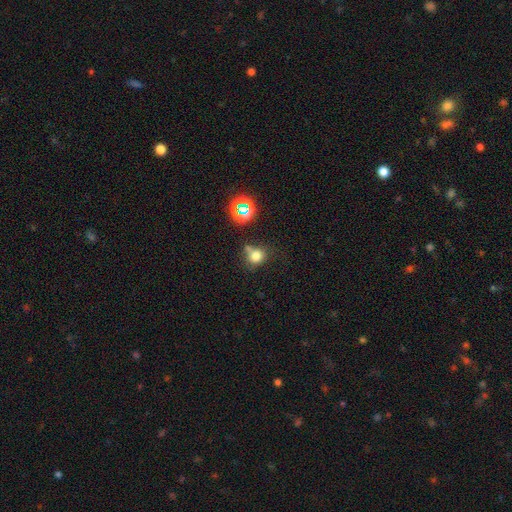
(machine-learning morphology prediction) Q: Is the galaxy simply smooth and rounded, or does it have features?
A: smooth — 73%.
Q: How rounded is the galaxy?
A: round — 78%.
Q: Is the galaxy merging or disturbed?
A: none — 55%.